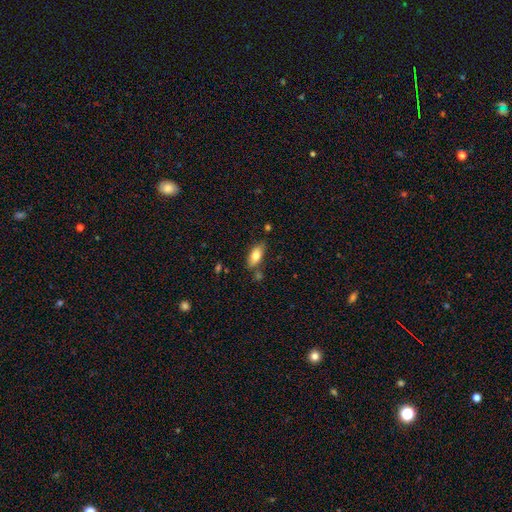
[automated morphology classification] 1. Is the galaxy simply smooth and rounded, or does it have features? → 77% smooth, 16% featured or disk, 7% star or artifact.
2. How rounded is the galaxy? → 84% in between, 13% cigar-shaped, 3% round.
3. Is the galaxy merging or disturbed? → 73% none, 17% minor disturbance, 6% merger, 4% major disturbance.